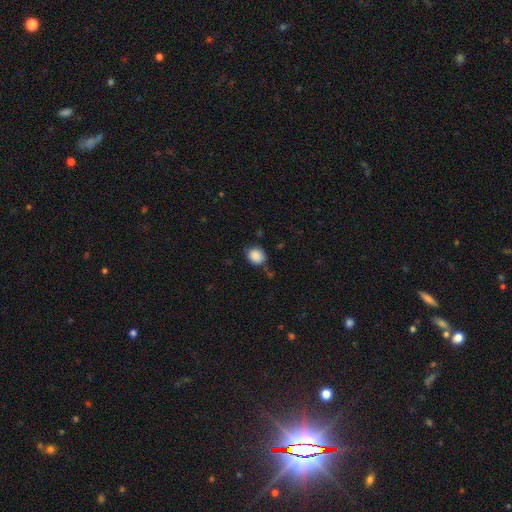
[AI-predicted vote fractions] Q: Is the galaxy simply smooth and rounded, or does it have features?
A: smooth — 88%.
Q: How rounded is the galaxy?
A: round — 69%.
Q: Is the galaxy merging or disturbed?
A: none — 76%.